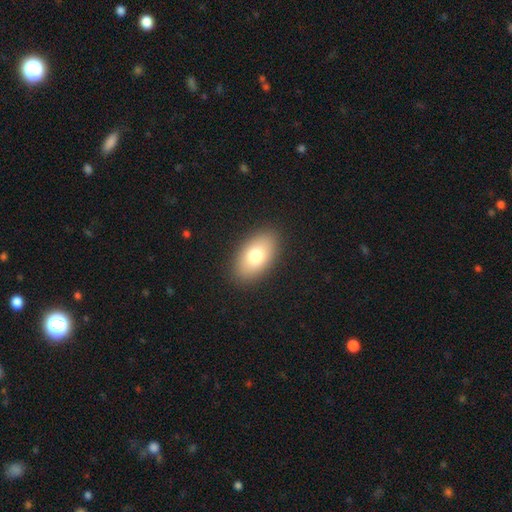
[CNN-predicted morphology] Smooth or featured: smooth — 77% (featured or disk — 15%)
How rounded: in between — 92% (round — 6%)
Merging: none — 89% (minor disturbance — 8%)